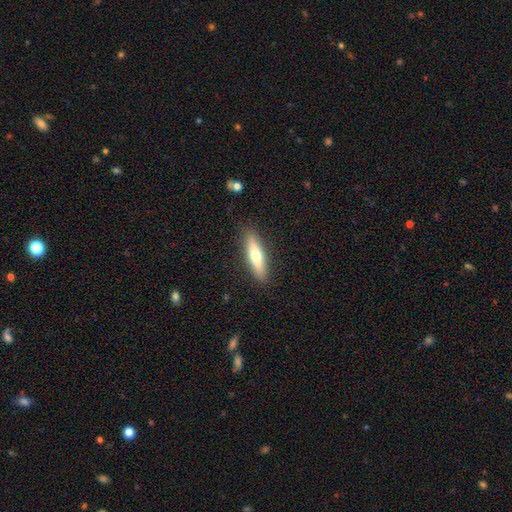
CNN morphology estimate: Smooth or featured?
  - smooth: 57% *
  - featured or disk: 37%
  - star or artifact: 6%
How rounded?
  - cigar-shaped: 71% *
  - in between: 27%
  - round: 2%
Merging?
  - none: 89% *
  - minor disturbance: 8%
  - major disturbance: 2%
  - merger: 1%